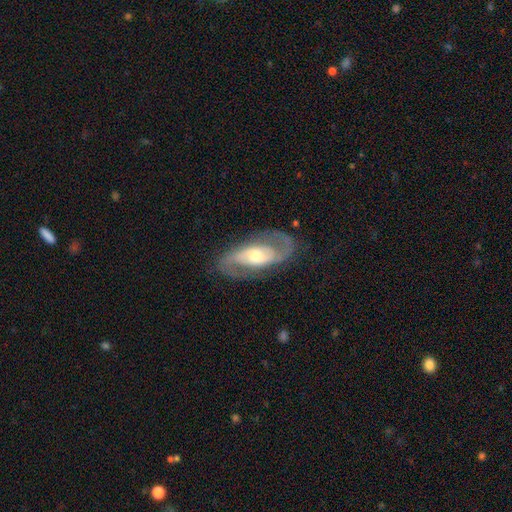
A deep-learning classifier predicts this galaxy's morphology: The model was most divided on "bar": no: 43%, weak: 36%, strong: 21%. Remaining: edge-on disk — no (94%); spiral arms — yes (93%); spiral arm count — 2 (90%); smooth or featured — featured or disk (84%); merging — none (79%); bulge size — moderate (60%); spiral winding — medium (50%).